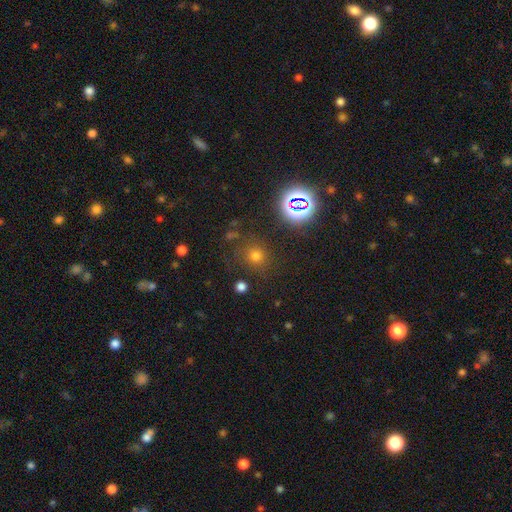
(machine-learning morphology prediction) A smooth galaxy with no disk features (61%) that is round (90%).

Vote fractions:
- Smooth or featured? smooth: 61% / star or artifact: 31% / featured or disk: 8%
- How rounded? round: 90% / in between: 9% / cigar-shaped: 1%
- Merging? none: 81% / minor disturbance: 10% / major disturbance: 5% / merger: 3%